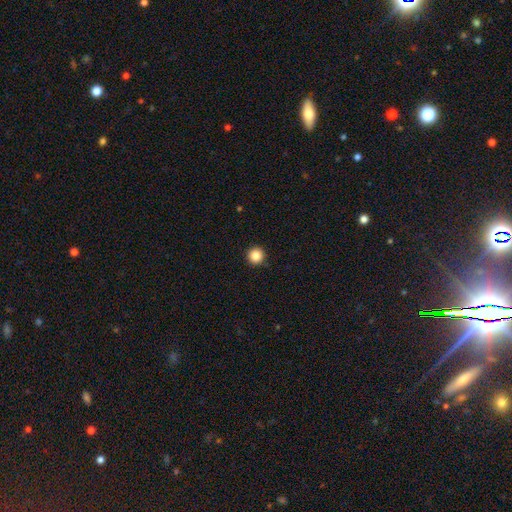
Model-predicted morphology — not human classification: type=smooth (86%); roundness=round (96%); merging=none (93%).